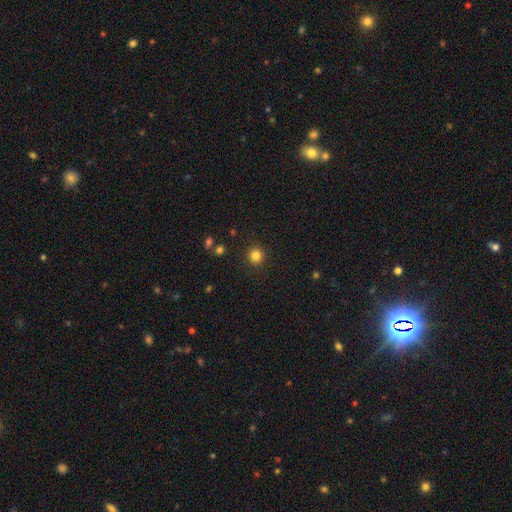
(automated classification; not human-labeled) Overall: smooth (83%). How rounded: round (93%). Merging: none (91%).